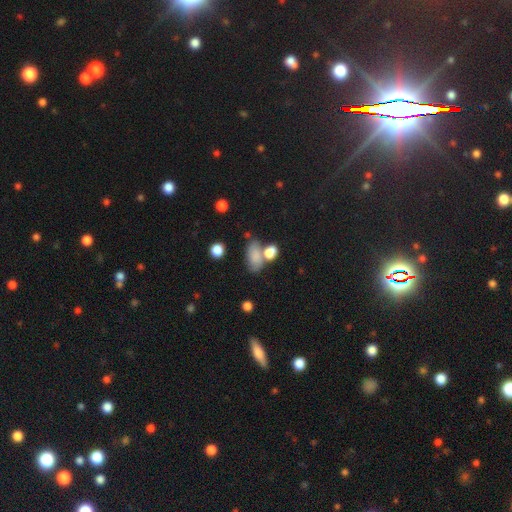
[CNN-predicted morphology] Smooth or featured? Predicted: smooth (p=0.80). How rounded? Predicted: in between (p=0.87). Merging? Predicted: none (p=0.44).